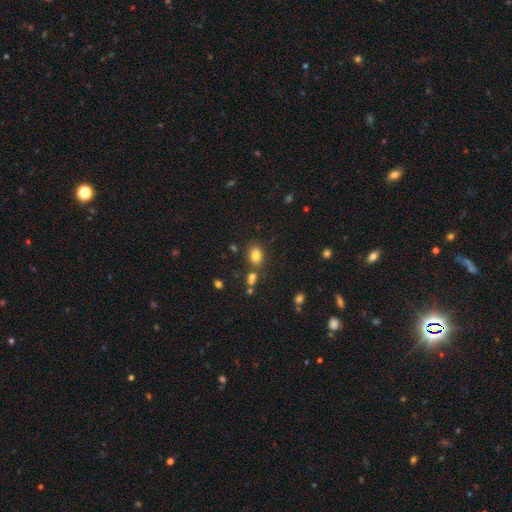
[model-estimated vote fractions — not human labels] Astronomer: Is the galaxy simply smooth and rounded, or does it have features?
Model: smooth — 80%.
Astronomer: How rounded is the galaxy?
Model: in between — 58% (runner-up: round, 41%).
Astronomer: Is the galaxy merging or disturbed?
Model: none — 70%.